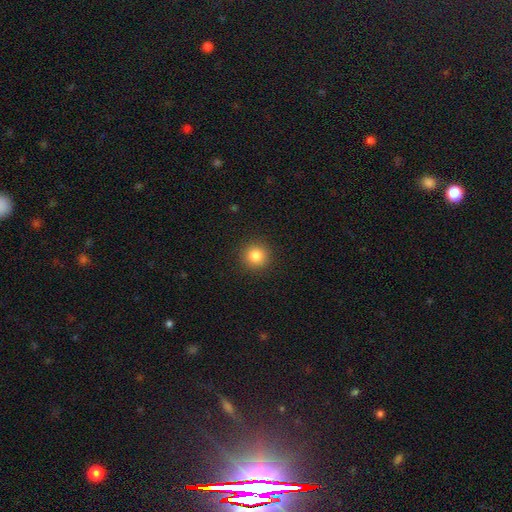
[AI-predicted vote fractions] Smooth or featured: smooth — 84% (star or artifact — 11%)
How rounded: round — 94% (in between — 5%)
Merging: none — 91% (minor disturbance — 5%)